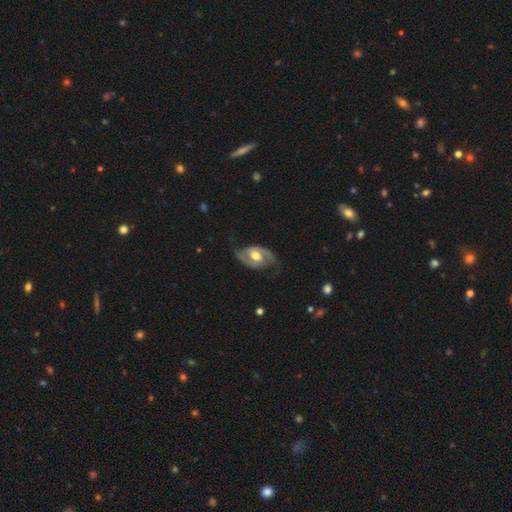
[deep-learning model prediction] This appears to be a featured or disk galaxy (83%) with no bar (53%), 2 (89%) medium (47%) spiral arms (89%) and a moderate central bulge (74%). Merging: none (72%).